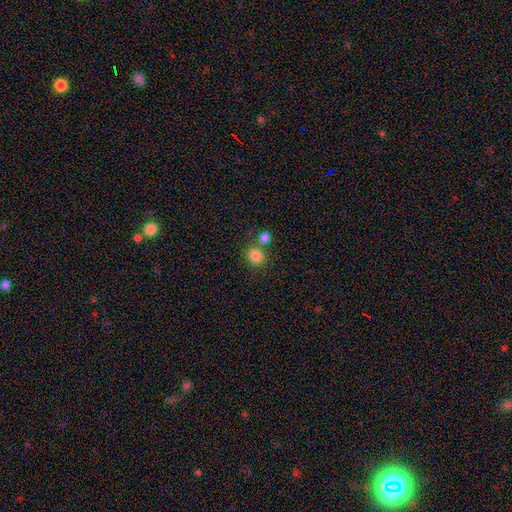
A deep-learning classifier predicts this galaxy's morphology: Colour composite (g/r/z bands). It shows a smooth galaxy with no disk features (83%) that is round (86%). Merging: none (62%).